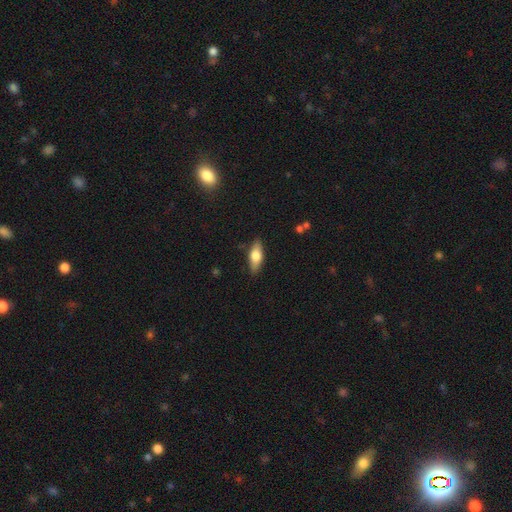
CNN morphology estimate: Smooth or featured? Predicted: smooth (p=0.58). How rounded? Predicted: in between (p=0.69). Merging? Predicted: none (p=0.86).